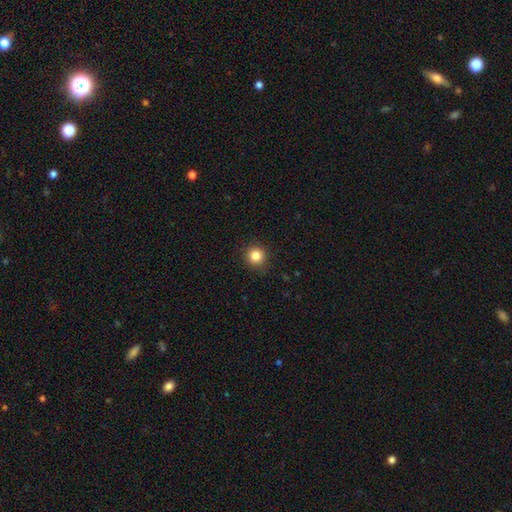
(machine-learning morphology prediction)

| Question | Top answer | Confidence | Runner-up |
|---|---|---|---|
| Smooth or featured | smooth | 85% | star or artifact (11%) |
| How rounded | round | 93% | in between (6%) |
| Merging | none | 91% | minor disturbance (6%) |